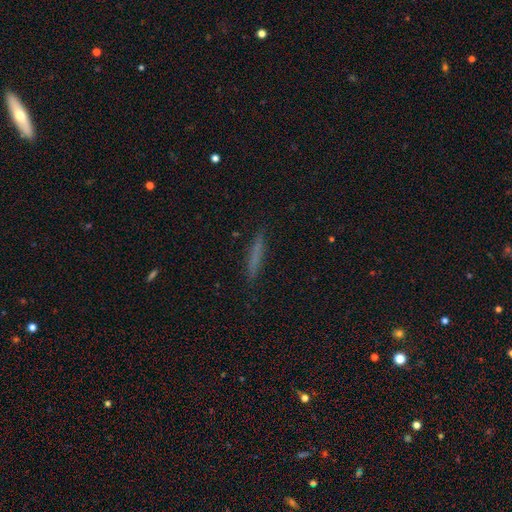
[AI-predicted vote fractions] Q: Smooth or featured?
A: smooth (67%); runner-up: featured or disk (25%)
Q: How rounded?
A: cigar-shaped (94%); runner-up: in between (4%)
Q: Merging?
A: none (88%); runner-up: minor disturbance (8%)